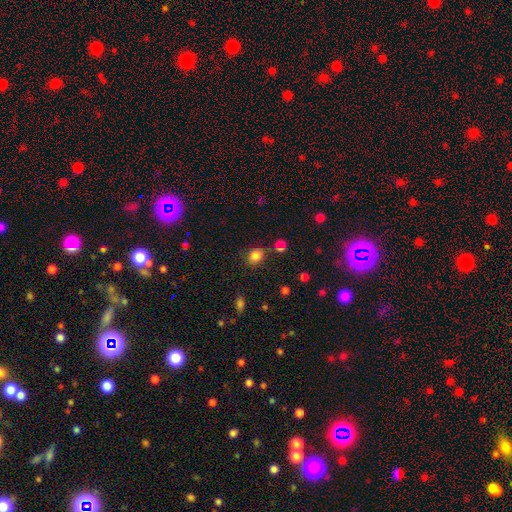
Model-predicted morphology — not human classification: Smooth or featured?
  - smooth: 82% *
  - star or artifact: 12%
  - featured or disk: 6%
How rounded?
  - round: 57% *
  - in between: 42%
  - cigar-shaped: 1%
Merging?
  - none: 76% *
  - minor disturbance: 13%
  - merger: 7%
  - major disturbance: 4%